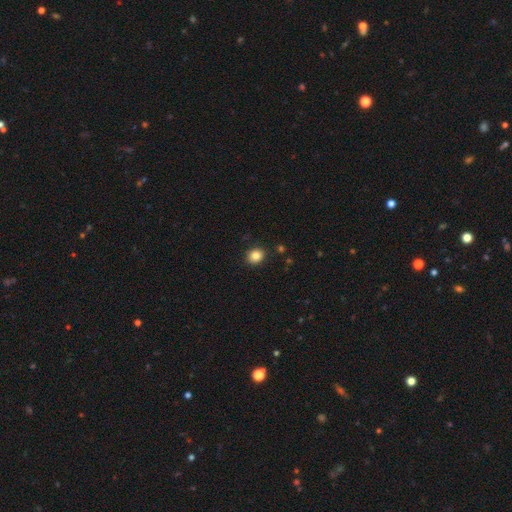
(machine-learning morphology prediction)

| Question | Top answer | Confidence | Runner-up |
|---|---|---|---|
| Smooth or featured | smooth | 85% | star or artifact (10%) |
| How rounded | round | 69% | in between (30%) |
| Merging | none | 90% | minor disturbance (7%) |